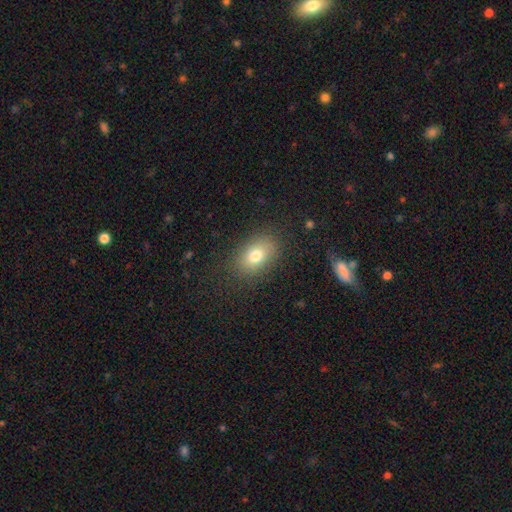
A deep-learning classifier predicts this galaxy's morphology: A smooth galaxy with no disk features (76%) that is in between round and cigar-shaped (80%). Merging: none (84%).